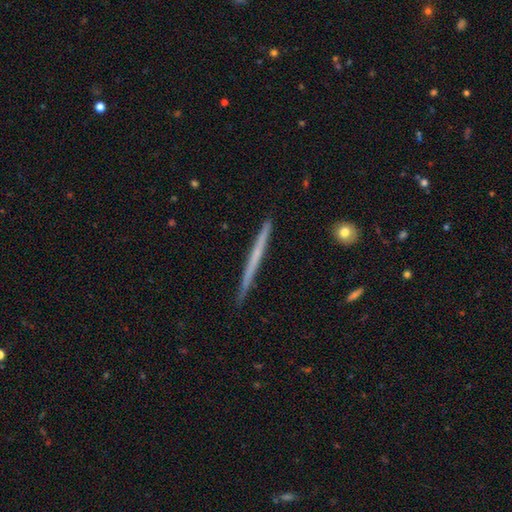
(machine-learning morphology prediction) type=featured or disk (54%); edge-on=yes (98%); edge-on bulge=none (90%); merging=none (89%).